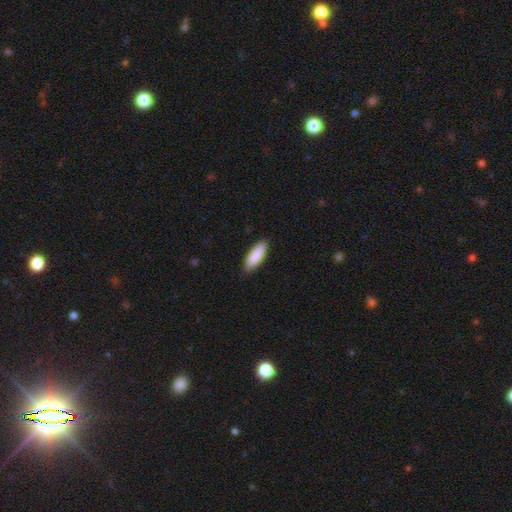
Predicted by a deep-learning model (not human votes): smooth 89%, featured or disk 6%, star or artifact 5%. Down the decision tree: how rounded — in between (62%); merging — none (86%).